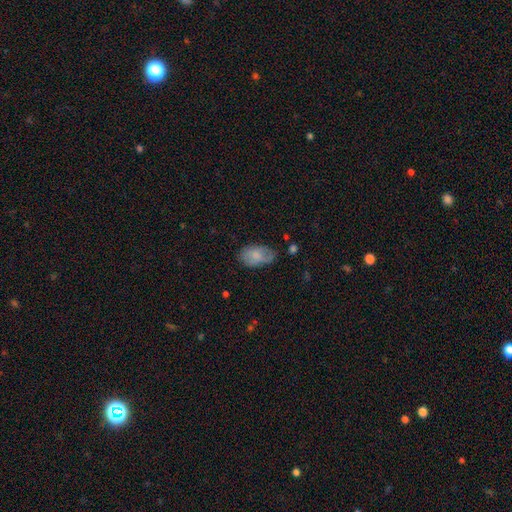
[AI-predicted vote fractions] Smooth or featured?
  - smooth: 76% *
  - featured or disk: 17%
  - star or artifact: 7%
How rounded?
  - in between: 92% *
  - round: 7%
  - cigar-shaped: 1%
Merging?
  - none: 65% *
  - minor disturbance: 26%
  - major disturbance: 7%
  - merger: 2%